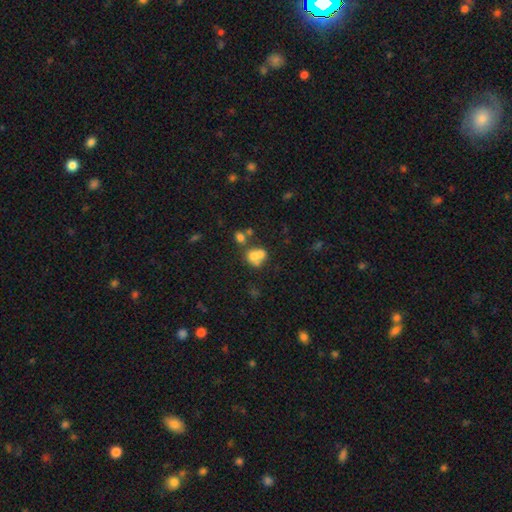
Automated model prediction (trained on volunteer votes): The model was most divided on "how rounded": round: 55%, in between: 43%, cigar-shaped: 1%. More confident: smooth or featured — smooth (64%); merging — merger (60%).